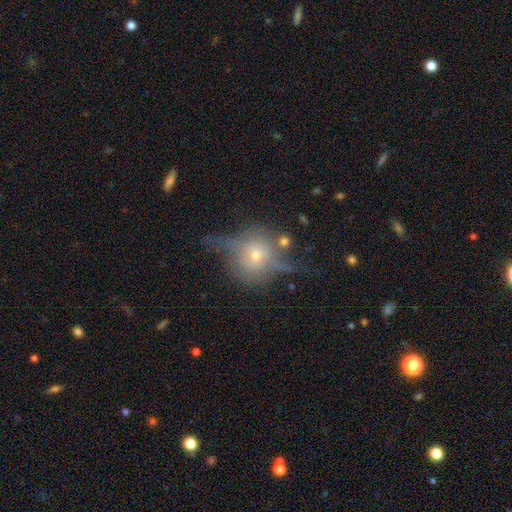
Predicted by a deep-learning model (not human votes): smooth_or_featured: featured or disk (p=0.50) [alt: smooth p=0.35]
disk_edge_on: no (p=0.59) [alt: yes p=0.41]
merging: none (p=0.44) [alt: major disturbance p=0.25]